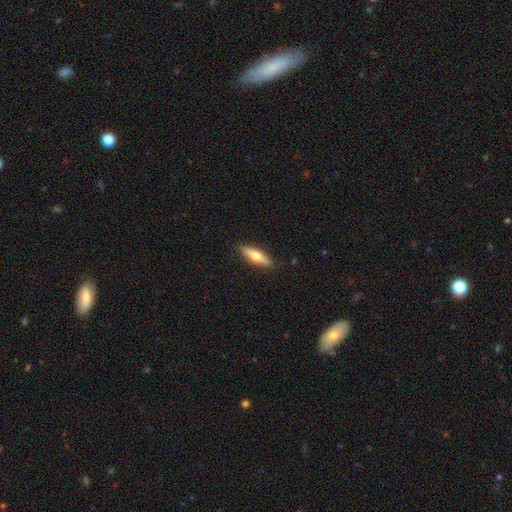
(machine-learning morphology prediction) Smooth or featured?
  - smooth: 60% *
  - featured or disk: 34%
  - star or artifact: 6%
How rounded?
  - cigar-shaped: 60% *
  - in between: 38%
  - round: 2%
Merging?
  - none: 89% *
  - minor disturbance: 9%
  - major disturbance: 2%
  - merger: 1%